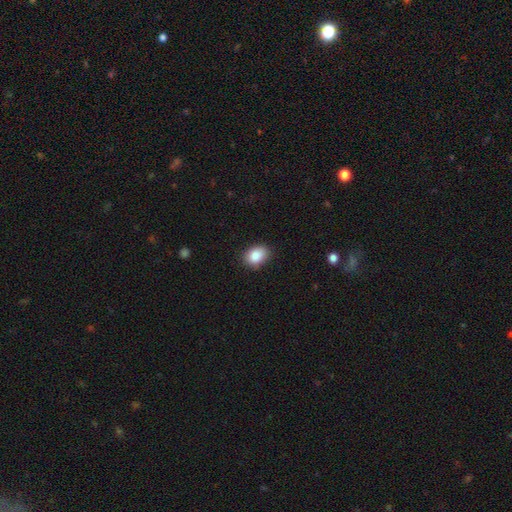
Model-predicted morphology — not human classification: A smooth galaxy with no disk features (88%) that is in between round and cigar-shaped (68%).

Vote fractions:
- Smooth or featured? smooth: 88% / star or artifact: 8% / featured or disk: 4%
- How rounded? in between: 68% / round: 31% / cigar-shaped: 1%
- Merging? none: 83% / minor disturbance: 13% / major disturbance: 2% / merger: 1%